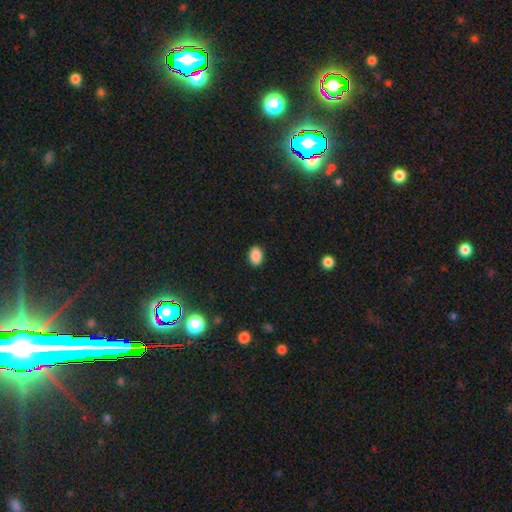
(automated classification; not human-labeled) A smooth galaxy with no disk features (88%) that is in between round and cigar-shaped (80%).

Vote fractions:
- Smooth or featured? smooth: 88% / star or artifact: 9% / featured or disk: 3%
- How rounded? in between: 80% / round: 19% / cigar-shaped: 1%
- Merging? none: 90% / minor disturbance: 7% / major disturbance: 2% / merger: 1%